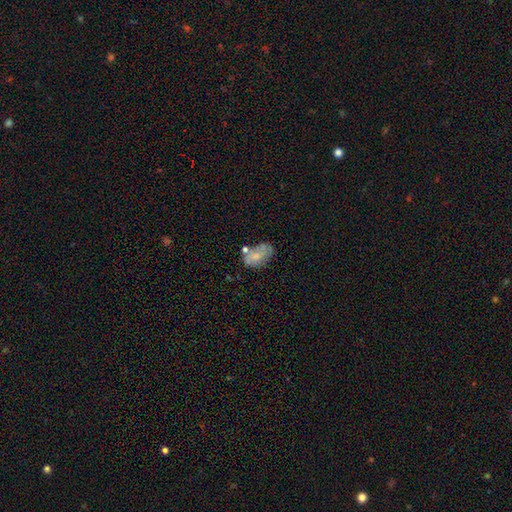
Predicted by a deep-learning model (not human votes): This is possibly a smooth galaxy (53%). How rounded: clearly in between (89%). Merging: possibly none (47%).